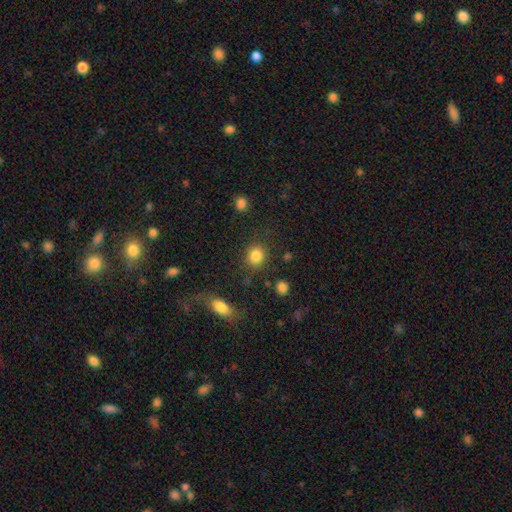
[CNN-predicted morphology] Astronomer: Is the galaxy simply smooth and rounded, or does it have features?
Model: smooth — 85%.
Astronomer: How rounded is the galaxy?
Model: round — 76%.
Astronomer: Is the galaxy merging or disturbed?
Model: none — 82%.